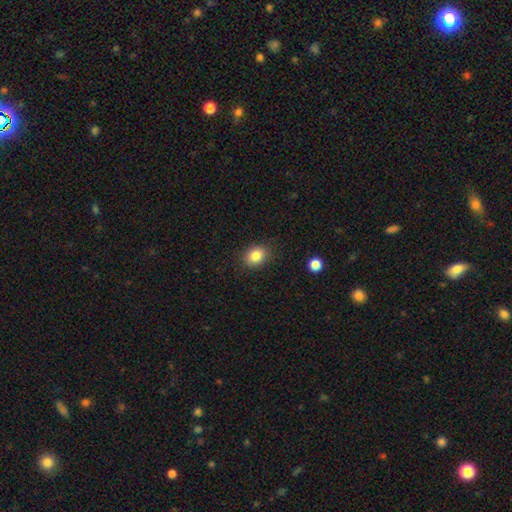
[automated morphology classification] A smooth galaxy with no disk features (84%) that is in between round and cigar-shaped (58%). Merging: none (87%).